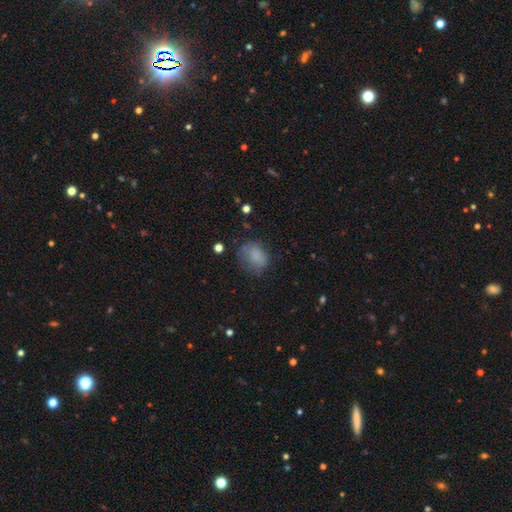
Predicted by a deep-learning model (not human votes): Smooth or featured?
  - smooth: 77% *
  - featured or disk: 12%
  - star or artifact: 11%
How rounded?
  - in between: 52% *
  - round: 47%
  - cigar-shaped: 1%
Merging?
  - none: 54% *
  - minor disturbance: 28%
  - major disturbance: 16%
  - merger: 2%